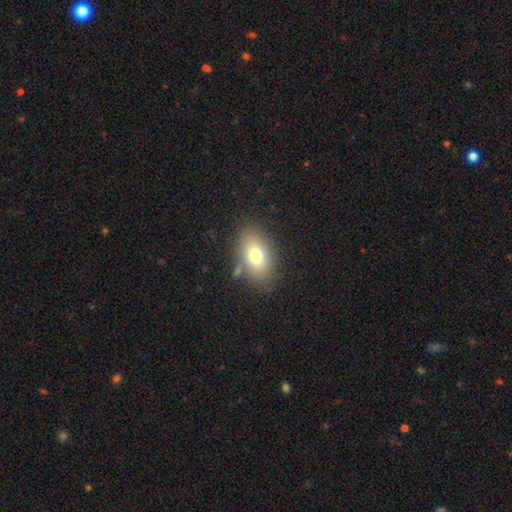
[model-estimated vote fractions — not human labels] A smooth galaxy with no disk features (75%) that is in between round and cigar-shaped (85%). Merging: none (78%).